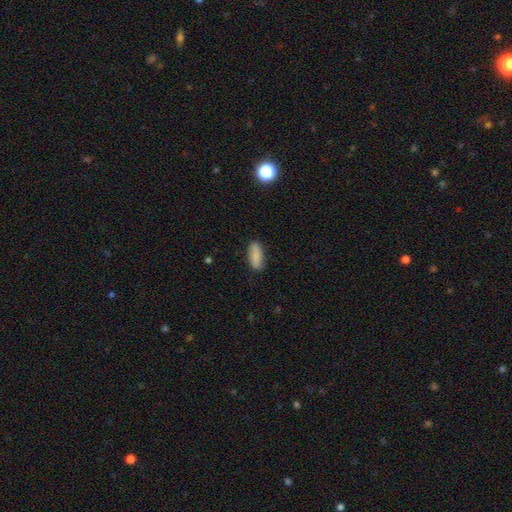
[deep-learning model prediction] Morphology: type=smooth (83%); roundness=in between (69%); merging=none (83%).